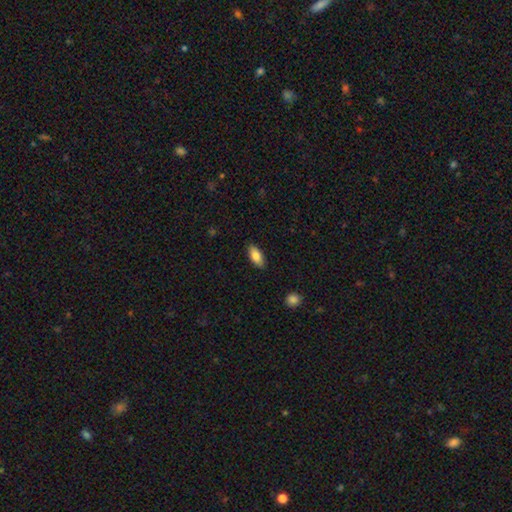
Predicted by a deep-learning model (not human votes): Smooth or featured? smooth (84%)
How rounded? in between (88%)
Merging? none (87%)